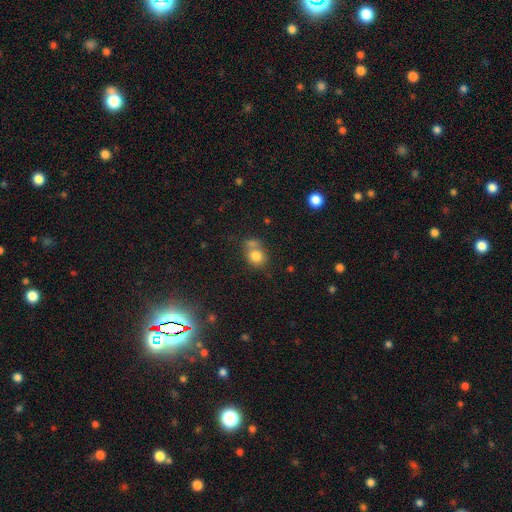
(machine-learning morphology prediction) Smooth or featured? Predicted: smooth (p=0.80). How rounded? Predicted: round (p=0.66). Merging? Predicted: none (p=0.47).